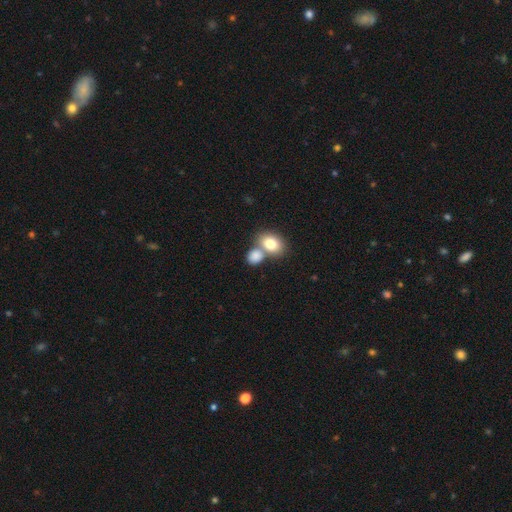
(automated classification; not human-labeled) The model was most divided on "how rounded": in between: 55%, round: 44%, cigar-shaped: 1%. Remaining: smooth or featured — smooth (82%); merging — merger (50%).